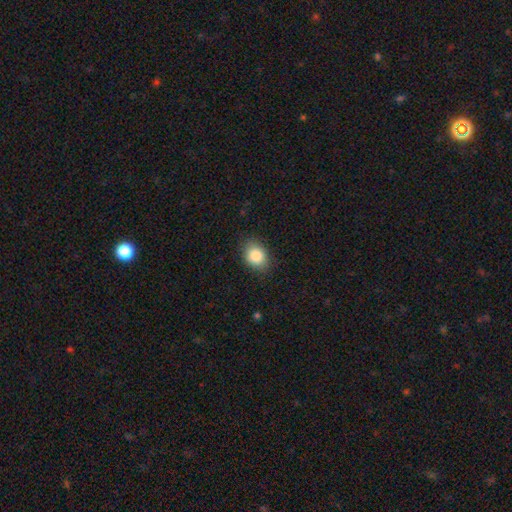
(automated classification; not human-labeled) A smooth galaxy with no disk features (86%) that is in between round and cigar-shaped (59%).

Vote fractions:
- Smooth or featured? smooth: 86% / star or artifact: 8% / featured or disk: 5%
- How rounded? in between: 59% / round: 40% / cigar-shaped: 1%
- Merging? none: 83% / minor disturbance: 13% / major disturbance: 3% / merger: 1%